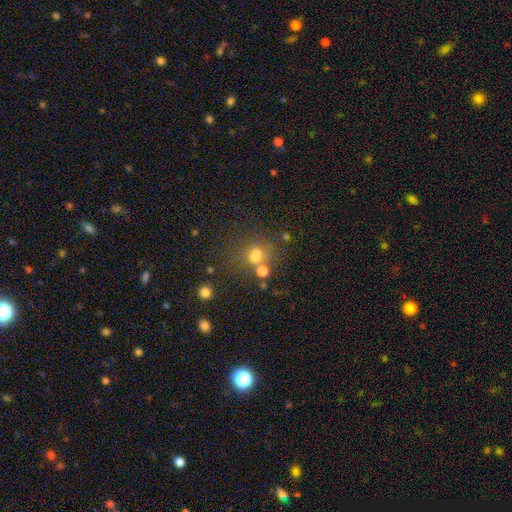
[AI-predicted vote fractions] This appears to be a smooth galaxy with no disk features (59%) that is round (70%). Merging: none (53%).